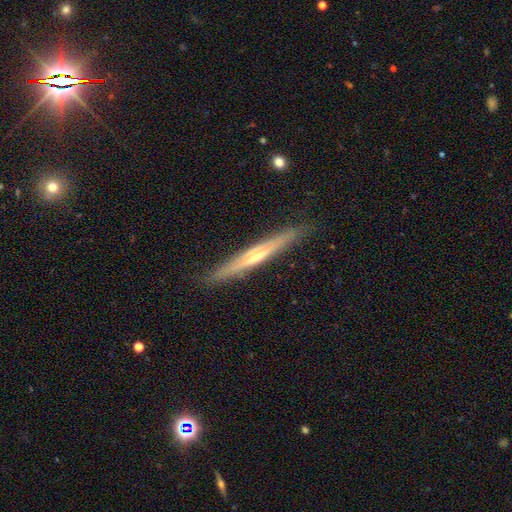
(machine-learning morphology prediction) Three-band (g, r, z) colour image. It shows a featured or disk galaxy (68%) viewed edge-on (96%) with a rounded central bulge (69%). Merging: none (90%).